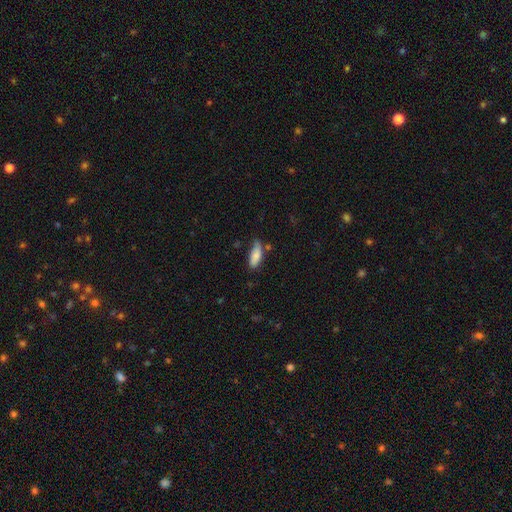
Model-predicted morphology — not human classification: Smooth or featured? Predicted: smooth (p=0.79). How rounded? Predicted: in between (p=0.74). Merging? Predicted: none (p=0.56).